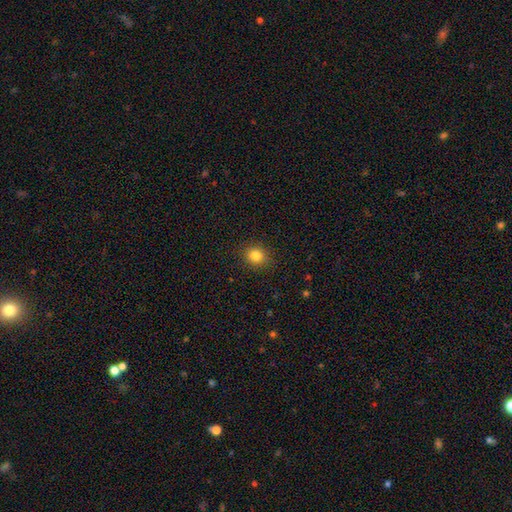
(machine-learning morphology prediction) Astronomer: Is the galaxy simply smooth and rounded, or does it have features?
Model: smooth — 83%.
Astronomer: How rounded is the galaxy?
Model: round — 77%.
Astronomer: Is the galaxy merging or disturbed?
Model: none — 89%.